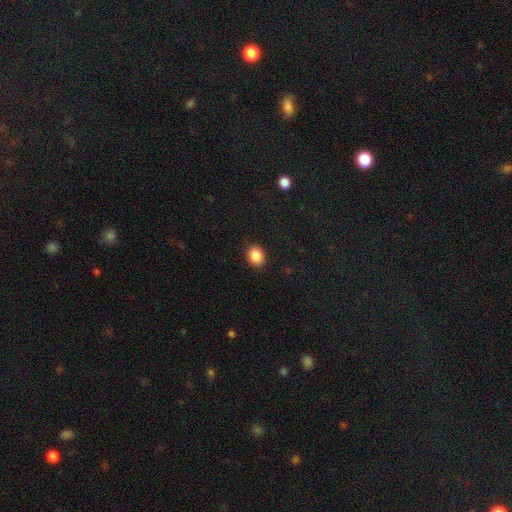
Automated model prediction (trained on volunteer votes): Smooth or featured? Predicted: smooth (p=0.87). How rounded? Predicted: round (p=0.58). Merging? Predicted: none (p=0.90).